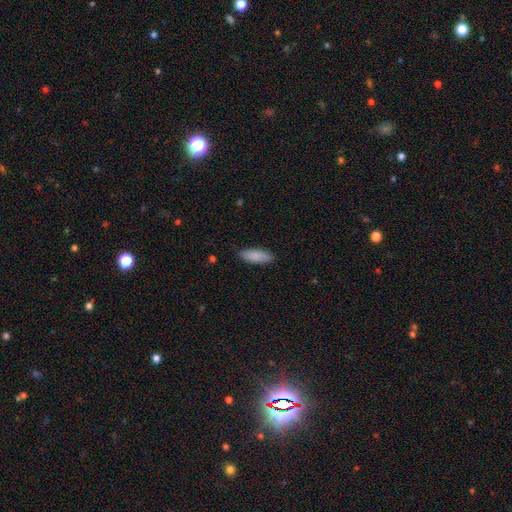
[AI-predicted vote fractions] Smooth or featured? Predicted: smooth (p=0.87). How rounded? Predicted: in between (p=0.63). Merging? Predicted: none (p=0.85).